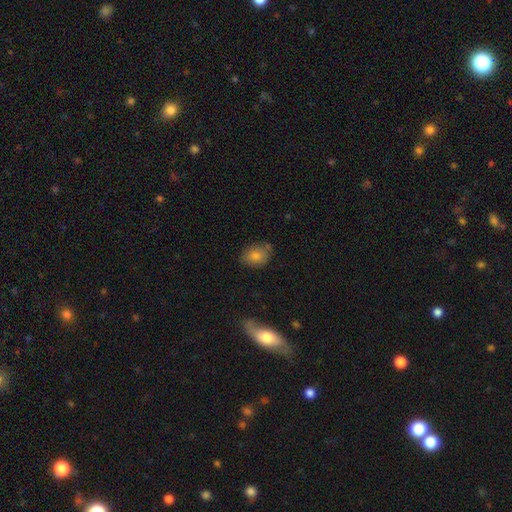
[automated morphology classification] smooth 77%, featured or disk 13%, star or artifact 10%. Down the decision tree: how rounded — in between (63%); merging — none (72%).